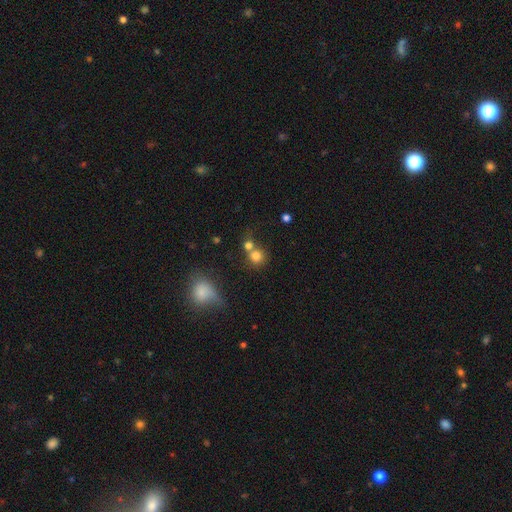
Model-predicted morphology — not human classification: smooth-or-featured: smooth: 78% | star or artifact: 12% | featured or disk: 9%
  how-rounded: round: 87% | in between: 12% | cigar-shaped: 1%
  merging: none: 49% | merger: 37% | minor disturbance: 9% | major disturbance: 5%